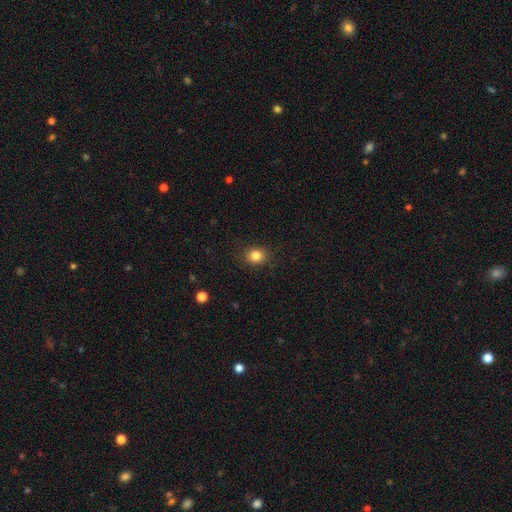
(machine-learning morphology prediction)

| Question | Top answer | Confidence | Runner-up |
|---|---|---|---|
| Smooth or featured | smooth | 84% | star or artifact (11%) |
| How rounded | round | 72% | in between (28%) |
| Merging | none | 89% | minor disturbance (8%) |